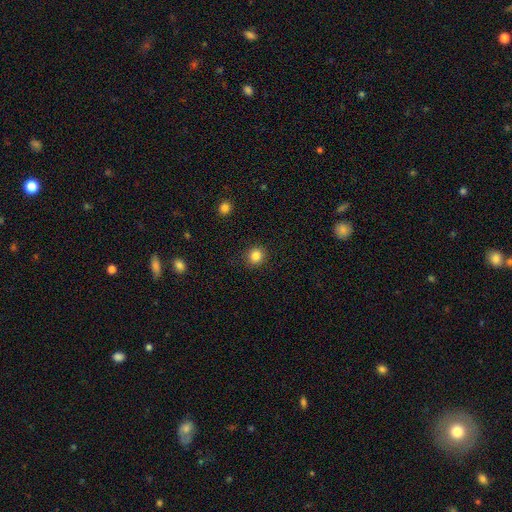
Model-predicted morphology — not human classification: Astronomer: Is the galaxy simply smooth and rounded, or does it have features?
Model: smooth — 85%.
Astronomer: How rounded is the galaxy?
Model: round — 87%.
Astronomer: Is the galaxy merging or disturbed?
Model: none — 90%.